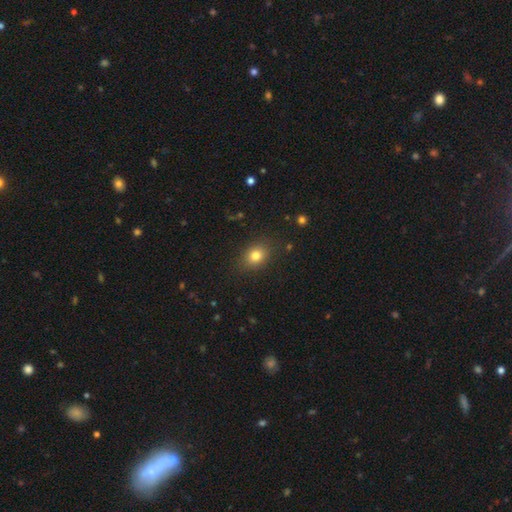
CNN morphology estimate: The model was most divided on "how rounded": in between: 53%, round: 46%, cigar-shaped: 1%. More confident: merging — none (86%); smooth or featured — smooth (80%).